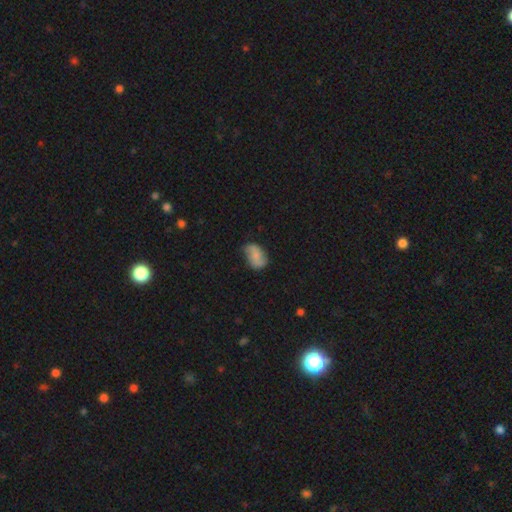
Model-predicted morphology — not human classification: The model was most divided on "smooth or featured": smooth: 49%, featured or disk: 43%, star or artifact: 9%. More confident: merging — none (61%).